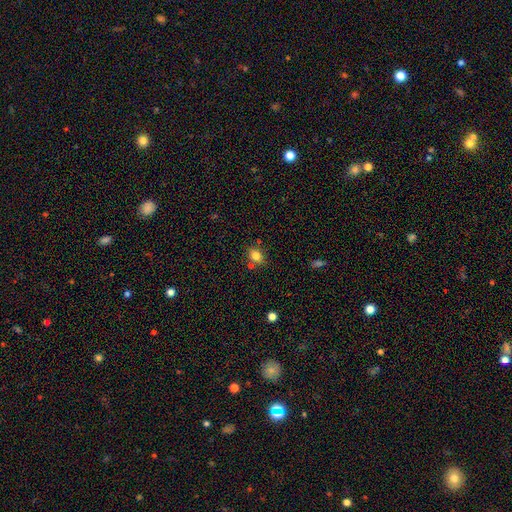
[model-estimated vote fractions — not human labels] smooth_or_featured: smooth (p=0.81) [alt: star or artifact p=0.11]
how_rounded: in between (p=0.59) [alt: round p=0.40]
merging: none (p=0.73) [alt: minor disturbance p=0.13]